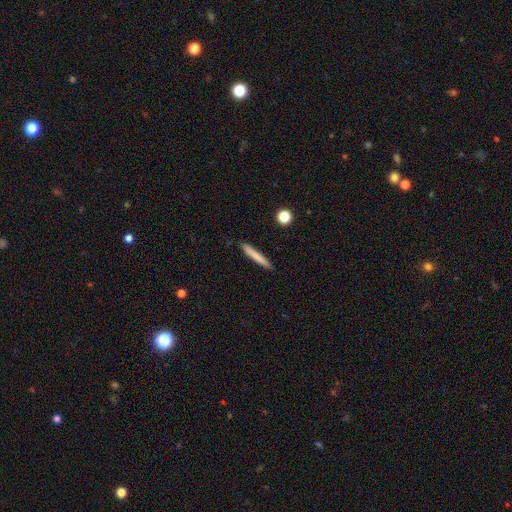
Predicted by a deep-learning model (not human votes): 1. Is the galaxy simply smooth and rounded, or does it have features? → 75% smooth, 19% featured or disk, 6% star or artifact.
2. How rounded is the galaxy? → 95% cigar-shaped, 3% in between, 1% round.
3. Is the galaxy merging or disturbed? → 89% none, 8% minor disturbance, 2% major disturbance, 1% merger.